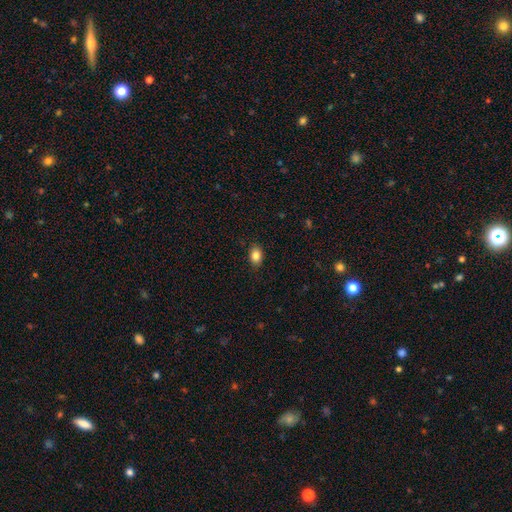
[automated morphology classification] smooth-or-featured: smooth: 85% | star or artifact: 9% | featured or disk: 5%
  how-rounded: in between: 74% | round: 24% | cigar-shaped: 1%
  merging: none: 86% | minor disturbance: 11% | major disturbance: 2% | merger: 1%